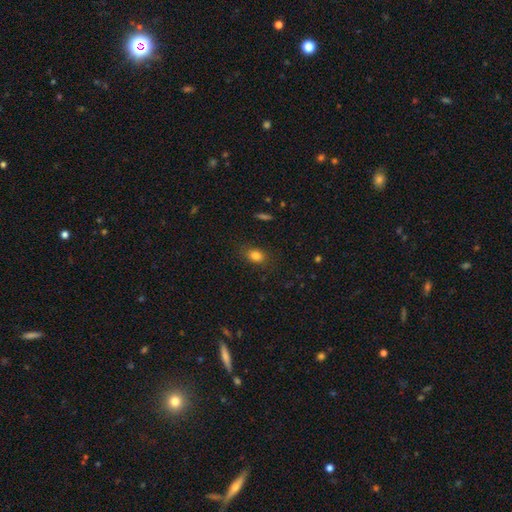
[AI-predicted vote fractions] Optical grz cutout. It shows a smooth galaxy with no disk features (82%) that is in between round and cigar-shaped (69%). Merging: none (81%).